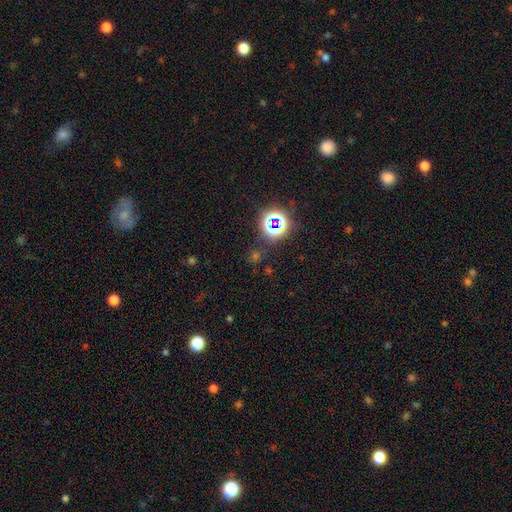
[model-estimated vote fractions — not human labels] This appears to be a star or artifact, not a galaxy (69%).